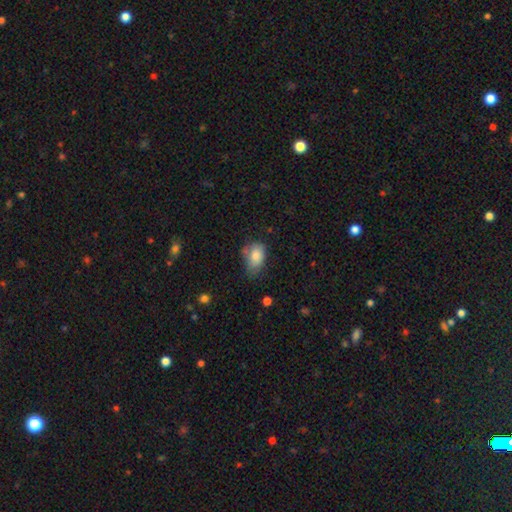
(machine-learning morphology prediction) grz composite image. It shows a smooth galaxy with no disk features (81%) that is in between round and cigar-shaped (84%). Merging: none (45%).